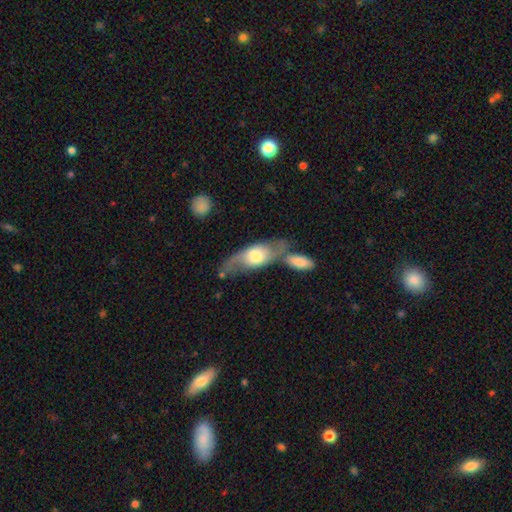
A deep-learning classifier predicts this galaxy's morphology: smooth_or_featured: featured or disk (p=0.56) [alt: smooth p=0.38]
disk_edge_on: no (p=0.73) [alt: yes p=0.27]
merging: none (p=0.40) [alt: merger p=0.32]